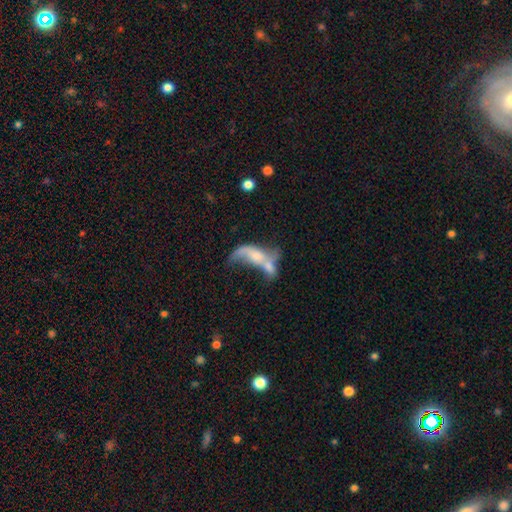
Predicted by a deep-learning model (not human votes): The model was most divided on "bulge size": moderate: 38%, small: 33%, none: 19%, large: 8%, dominant: 2%. More confident: edge-on disk — no (92%); bar — no (65%); merging — merger (62%); spiral arms — yes (60%); smooth or featured — featured or disk (56%).